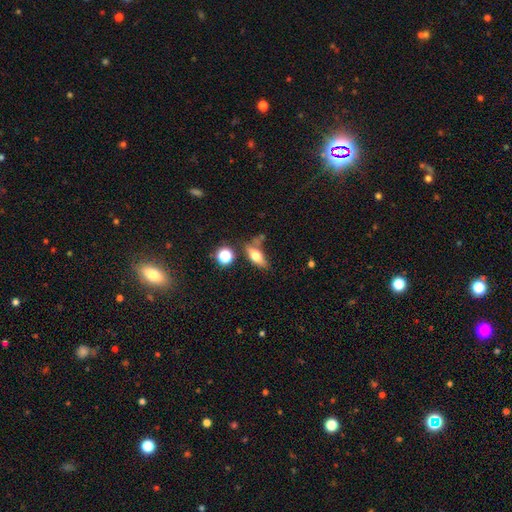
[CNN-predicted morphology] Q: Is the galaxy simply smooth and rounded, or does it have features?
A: smooth — 62%.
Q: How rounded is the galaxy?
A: in between — 68%.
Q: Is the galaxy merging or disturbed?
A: none — 51%.